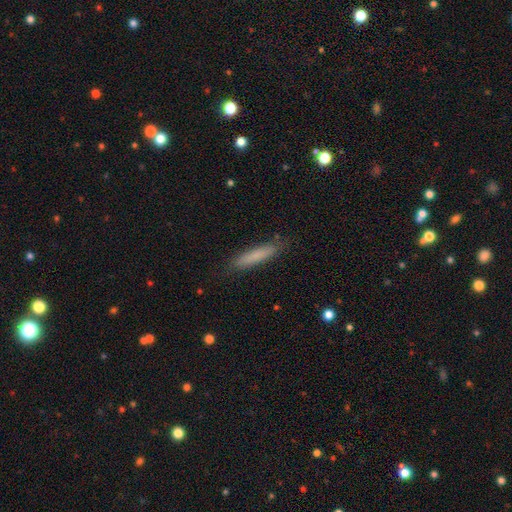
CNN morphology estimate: Smooth or featured? smooth (78%)
How rounded? cigar-shaped (88%)
Merging? none (86%)